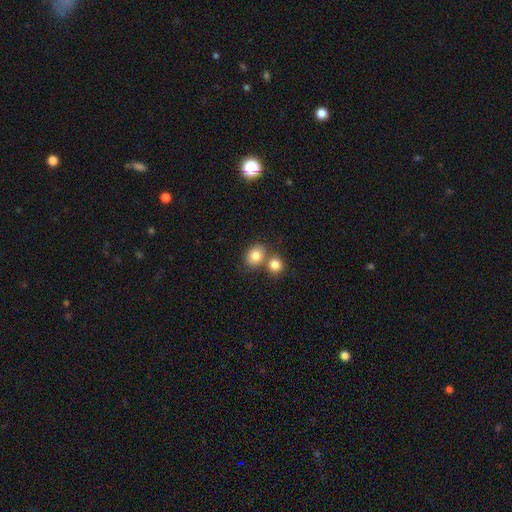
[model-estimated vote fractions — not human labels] Morphology: type=smooth (83%); roundness=round (55%); merging=none (51%).